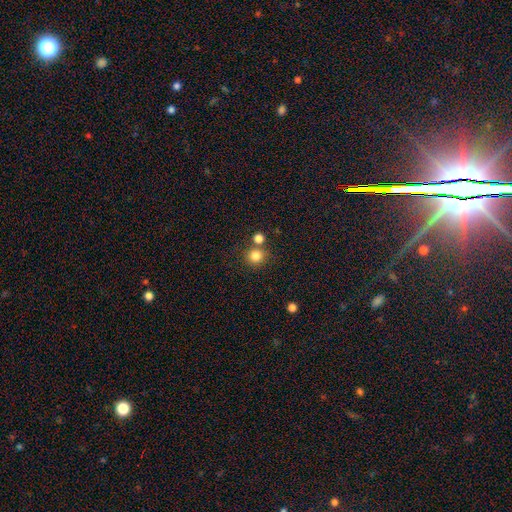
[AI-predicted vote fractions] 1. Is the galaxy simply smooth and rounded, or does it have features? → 81% smooth, 13% star or artifact, 6% featured or disk.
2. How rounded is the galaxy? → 91% round, 8% in between, 1% cigar-shaped.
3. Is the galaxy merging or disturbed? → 73% none, 16% merger, 8% minor disturbance, 3% major disturbance.